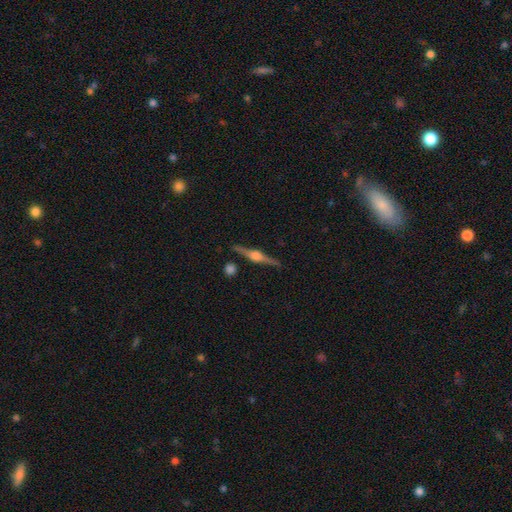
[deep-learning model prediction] Smooth or featured?
  - featured or disk: 86% *
  - smooth: 8%
  - star or artifact: 5%
Edge-on disk?
  - yes: 98% *
  - no: 2%
Edge-on bulge?
  - rounded: 90% *
  - boxy: 8%
  - none: 2%
Merging?
  - none: 90% *
  - minor disturbance: 6%
  - merger: 2%
  - major disturbance: 2%